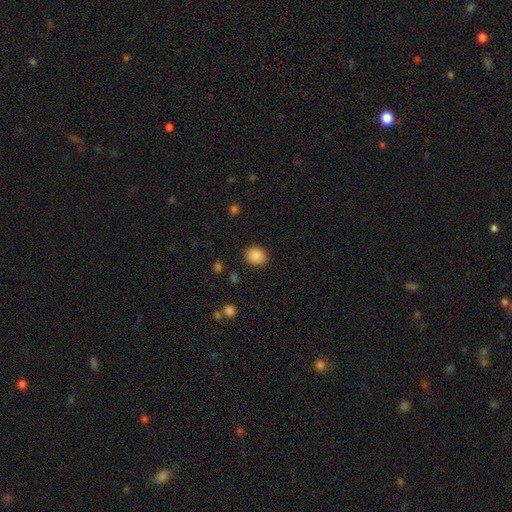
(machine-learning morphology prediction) Smooth or featured?
  - smooth: 88% *
  - star or artifact: 9%
  - featured or disk: 3%
How rounded?
  - round: 62% *
  - in between: 37%
  - cigar-shaped: 1%
Merging?
  - none: 87% *
  - minor disturbance: 9%
  - major disturbance: 3%
  - merger: 1%